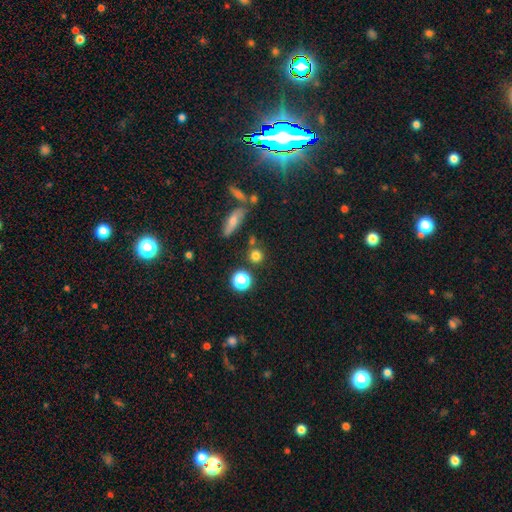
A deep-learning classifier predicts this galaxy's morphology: The model was most divided on "smooth or featured": smooth: 76%, star or artifact: 17%, featured or disk: 7%. More confident: how rounded — round (88%); merging — none (78%).